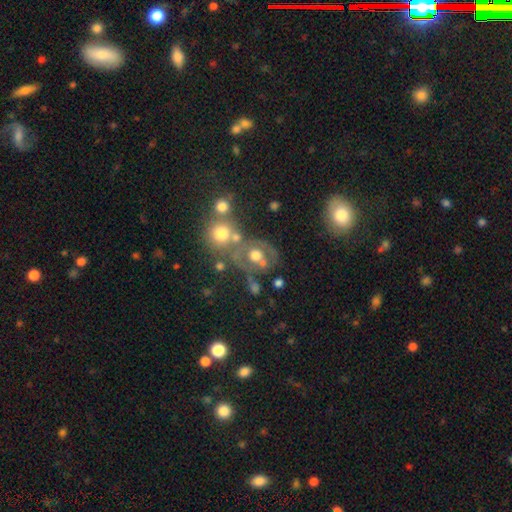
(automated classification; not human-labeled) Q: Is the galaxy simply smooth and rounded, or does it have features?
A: smooth — 43%.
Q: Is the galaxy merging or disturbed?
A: none — 43%.